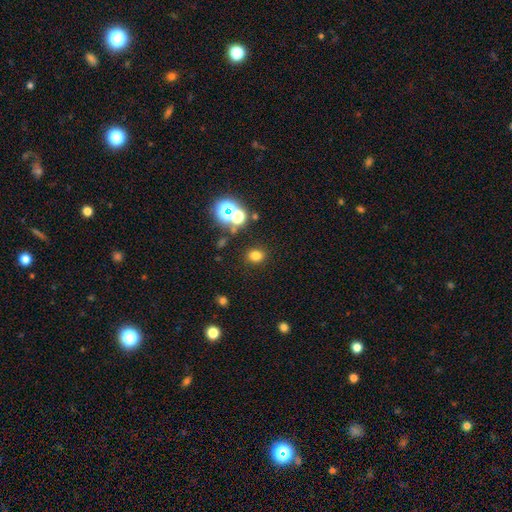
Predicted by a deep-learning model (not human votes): This is likely a smooth galaxy (73%). How rounded: possibly round (55%). Merging: clearly none (85%).